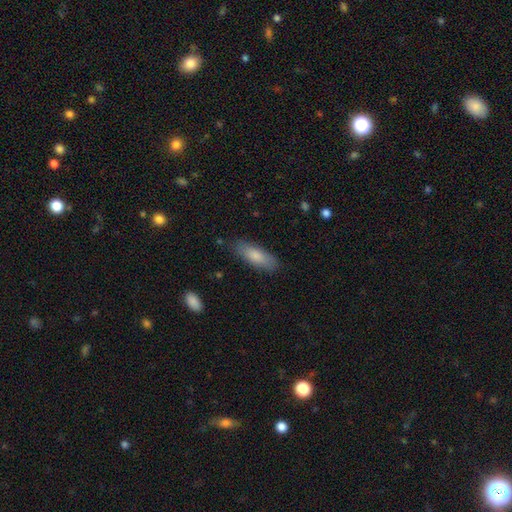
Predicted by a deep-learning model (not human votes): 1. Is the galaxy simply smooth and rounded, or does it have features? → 82% smooth, 12% featured or disk, 6% star or artifact.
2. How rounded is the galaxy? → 61% in between, 37% cigar-shaped, 2% round.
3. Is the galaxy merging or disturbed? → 82% none, 13% minor disturbance, 3% major disturbance, 1% merger.